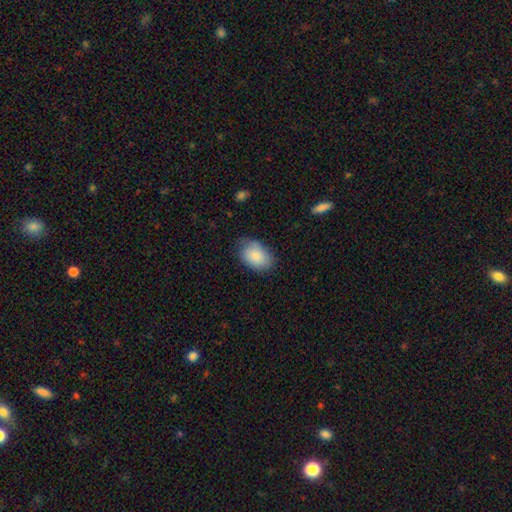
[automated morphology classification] Smooth or featured: smooth — 83% (featured or disk — 10%)
How rounded: in between — 86% (round — 13%)
Merging: none — 69% (minor disturbance — 25%)